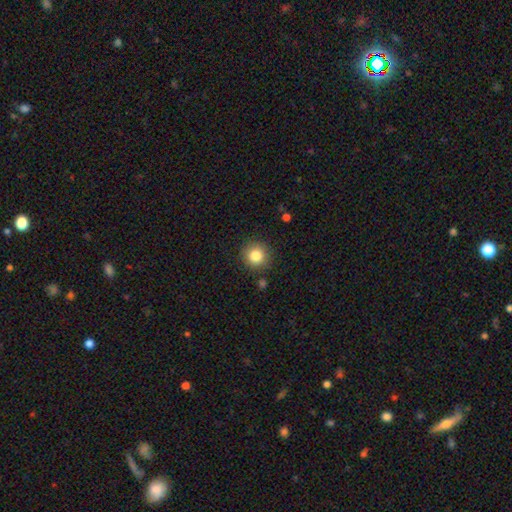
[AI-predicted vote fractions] Smooth or featured? Predicted: smooth (p=0.83). How rounded? Predicted: round (p=0.93). Merging? Predicted: none (p=0.89).